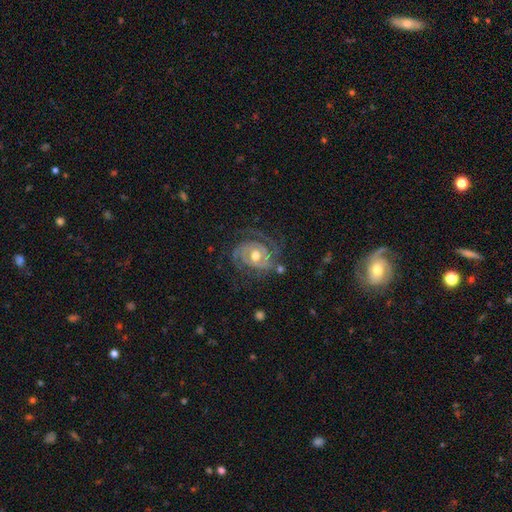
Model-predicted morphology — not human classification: Smooth or featured? Predicted: featured or disk (p=0.89). Edge-on disk? Predicted: no (p=0.97). Bar? Predicted: no (p=0.68). Spiral arms? Predicted: yes (p=0.95). Spiral winding? Predicted: tight (p=0.64). Spiral arm count? Predicted: 2 (p=0.42). Bulge size? Predicted: moderate (p=0.80). Merging? Predicted: none (p=0.66).